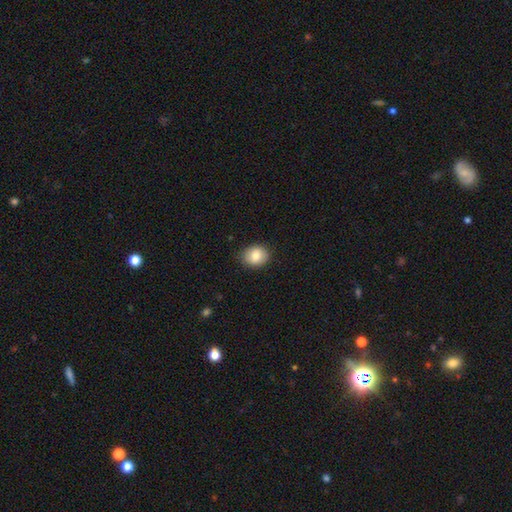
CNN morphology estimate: Smooth or featured?
  - smooth: 81% *
  - featured or disk: 10%
  - star or artifact: 8%
How rounded?
  - round: 57% *
  - in between: 42%
  - cigar-shaped: 1%
Merging?
  - none: 85% *
  - minor disturbance: 12%
  - major disturbance: 2%
  - merger: 1%